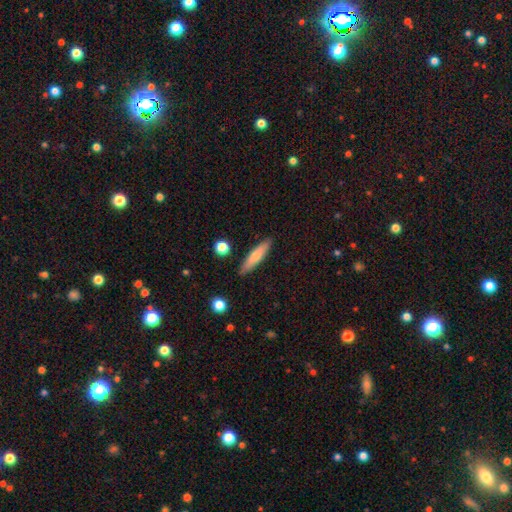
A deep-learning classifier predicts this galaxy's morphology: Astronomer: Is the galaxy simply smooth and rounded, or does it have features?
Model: smooth — 67%.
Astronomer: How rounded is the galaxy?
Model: cigar-shaped — 82%.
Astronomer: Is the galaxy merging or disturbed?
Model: none — 87%.